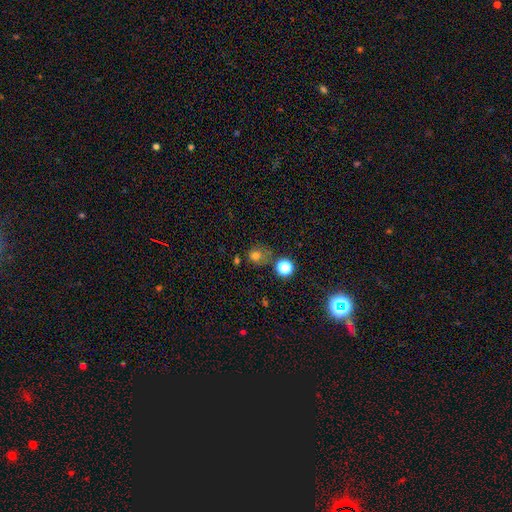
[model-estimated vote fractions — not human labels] Overall: smooth (72%). How rounded: round (79%). Merging: none (58%; minor disturbance 21%).